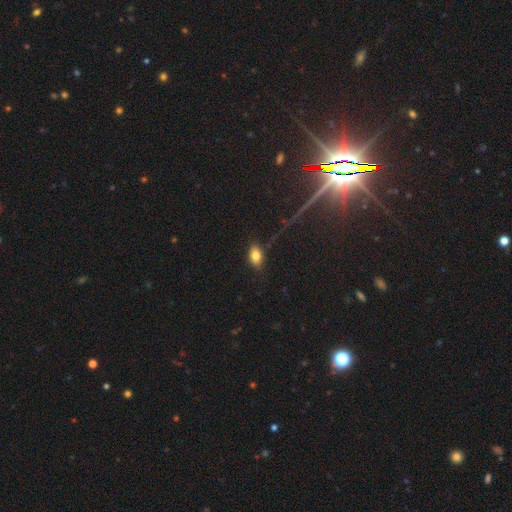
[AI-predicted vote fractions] This is likely a smooth galaxy (79%). How rounded: clearly in between (88%). Merging: clearly none (82%).